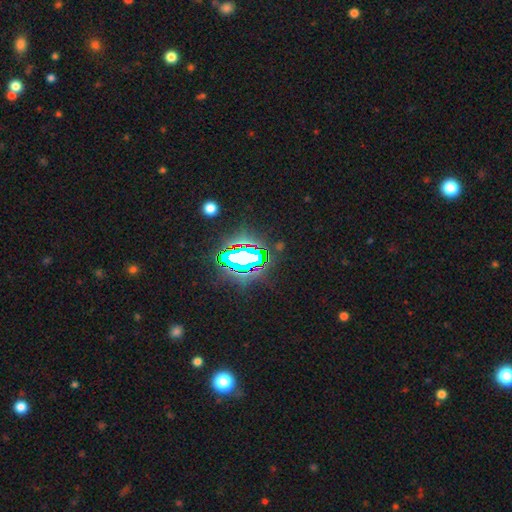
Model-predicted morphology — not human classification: type=star or artifact (80%).